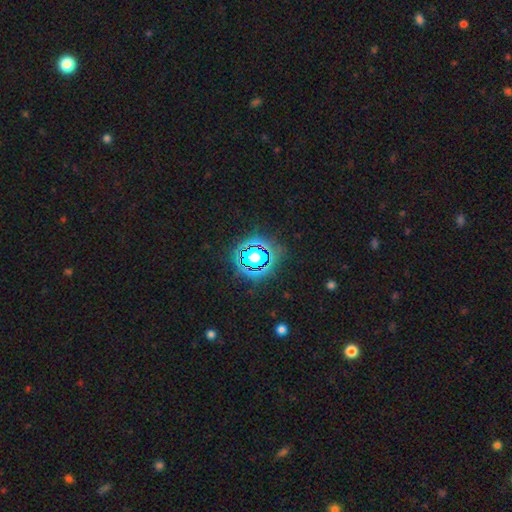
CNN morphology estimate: Q: Smooth or featured?
A: star or artifact (80%); runner-up: smooth (12%)